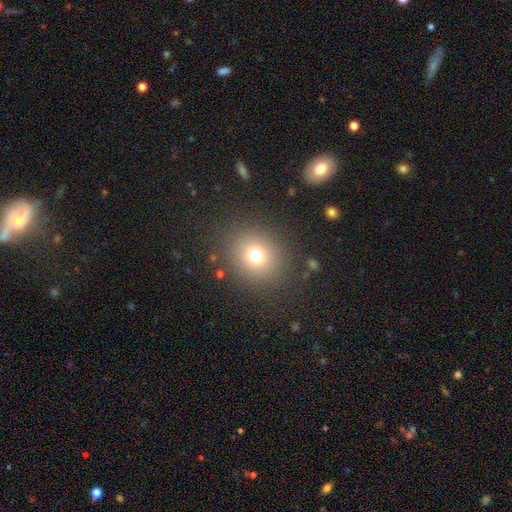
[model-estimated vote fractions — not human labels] This is likely a smooth galaxy (72%). How rounded: clearly round (83%). Merging: clearly none (85%).